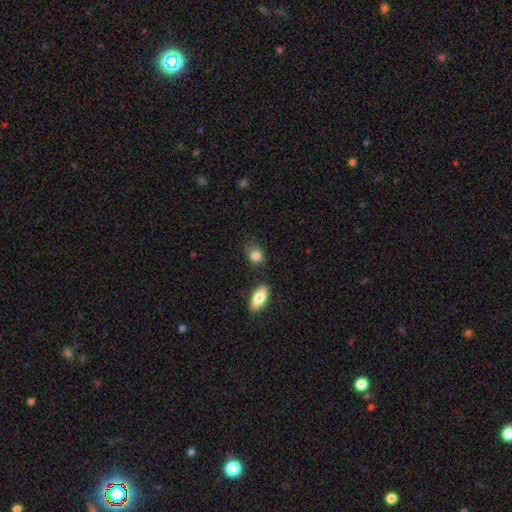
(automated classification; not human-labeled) Morphology: type=smooth (84%); roundness=in between (65%); merging=none (69%).